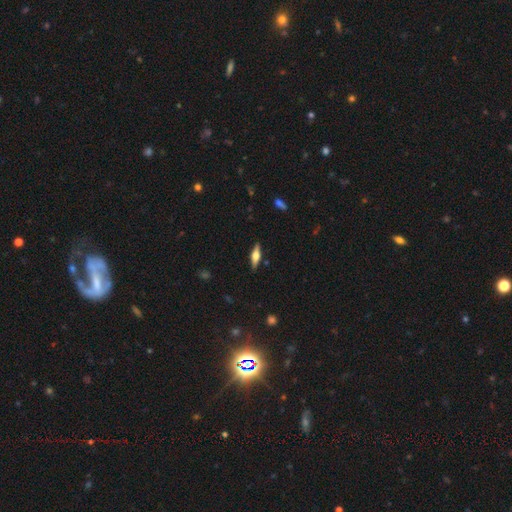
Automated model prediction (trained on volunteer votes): Overall: featured or disk (54%; smooth 39%). Edge-on disk: yes (94%). Edge-on bulge: rounded (89%). Merging: none (88%).